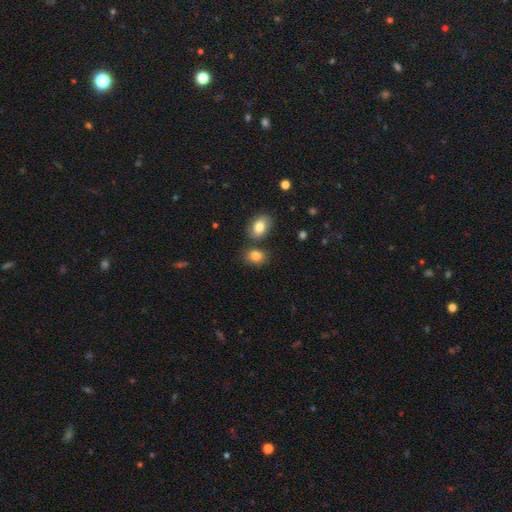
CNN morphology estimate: Smooth or featured: smooth — 82% (star or artifact — 9%)
How rounded: in between — 64% (round — 35%)
Merging: none — 66% (merger — 17%)